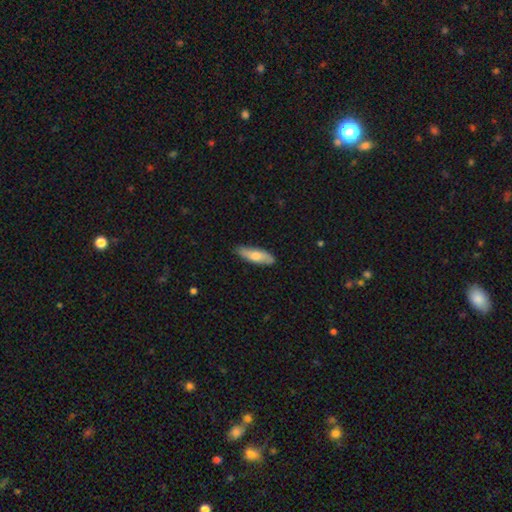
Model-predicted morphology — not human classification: Smooth or featured?
  - smooth: 67% *
  - featured or disk: 28%
  - star or artifact: 5%
How rounded?
  - in between: 52% *
  - cigar-shaped: 46%
  - round: 2%
Merging?
  - none: 82% *
  - minor disturbance: 14%
  - major disturbance: 2%
  - merger: 1%